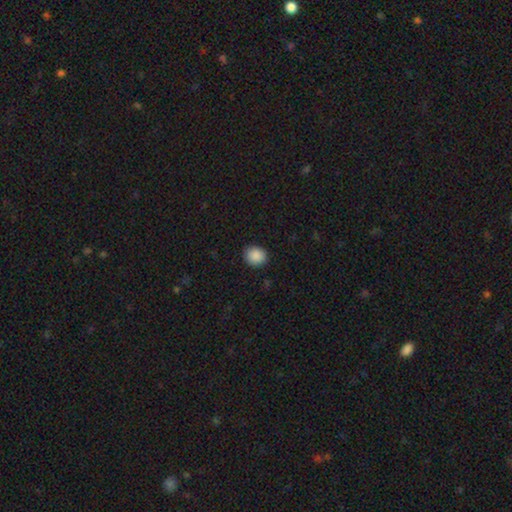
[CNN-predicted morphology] smooth-or-featured: smooth: 89% | star or artifact: 8% | featured or disk: 3%
  how-rounded: round: 71% | in between: 29% | cigar-shaped: 1%
  merging: none: 89% | minor disturbance: 8% | major disturbance: 2% | merger: 1%